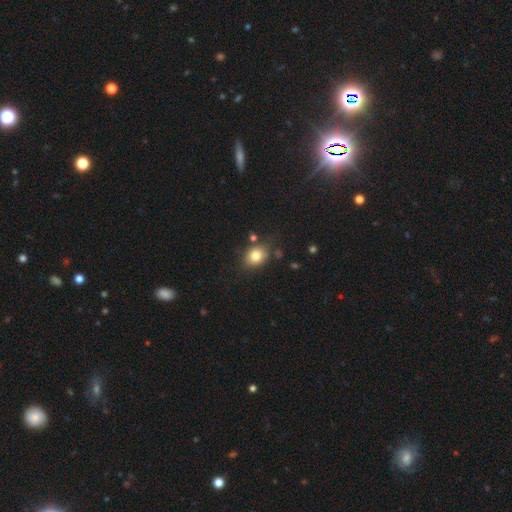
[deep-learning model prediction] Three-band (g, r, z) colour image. It shows a smooth galaxy with no disk features (80%) that is in between round and cigar-shaped (51%). Merging: none (73%).